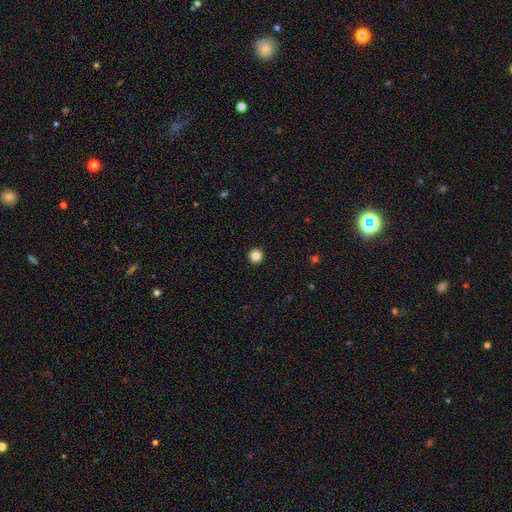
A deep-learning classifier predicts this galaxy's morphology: Q: Smooth or featured?
A: smooth (84%); runner-up: star or artifact (12%)
Q: How rounded?
A: round (96%); runner-up: in between (3%)
Q: Merging?
A: none (94%); runner-up: minor disturbance (4%)